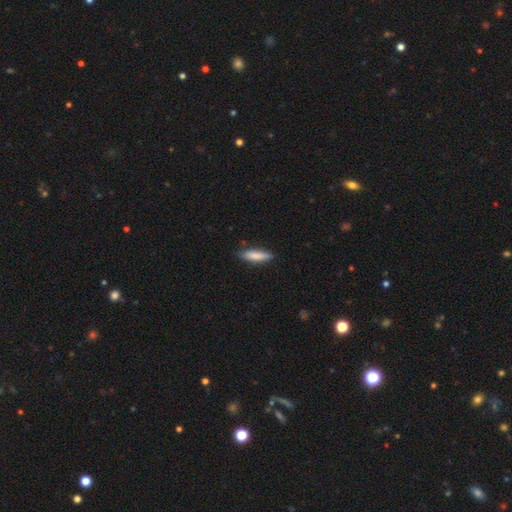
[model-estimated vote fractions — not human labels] smooth-or-featured: smooth: 82% | featured or disk: 12% | star or artifact: 6%
  how-rounded: cigar-shaped: 68% | in between: 31% | round: 2%
  merging: none: 77% | minor disturbance: 19% | major disturbance: 3% | merger: 2%